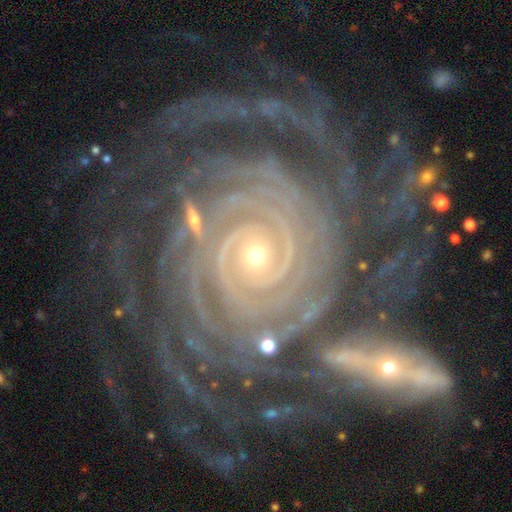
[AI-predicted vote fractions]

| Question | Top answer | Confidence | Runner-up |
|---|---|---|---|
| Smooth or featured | featured or disk | 92% | star or artifact (5%) |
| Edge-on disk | no | 97% | yes (3%) |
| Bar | no | 63% | weak (22%) |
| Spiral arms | yes | 99% | no (1%) |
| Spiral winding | tight | 86% | medium (11%) |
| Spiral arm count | more than 4 | 33% | 4 (21%) |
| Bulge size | small | 76% | moderate (20%) |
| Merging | none | 48% | merger (24%) |